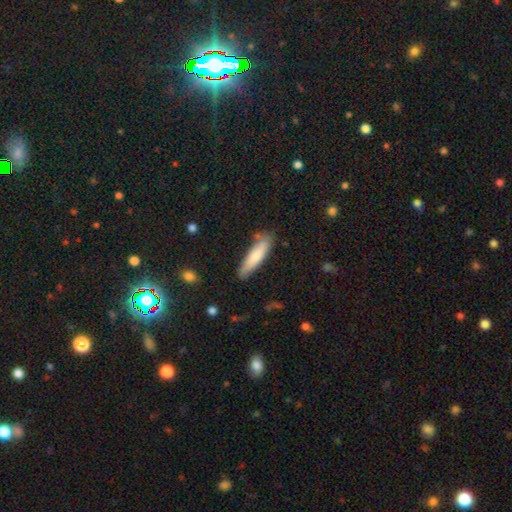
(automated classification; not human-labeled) Smooth or featured? smooth (77%)
How rounded? cigar-shaped (77%)
Merging? none (79%)